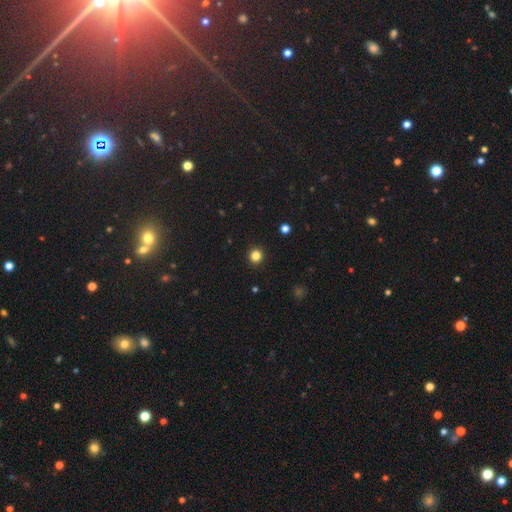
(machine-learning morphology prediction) smooth_or_featured: smooth (p=0.83) [alt: star or artifact p=0.13]
how_rounded: round (p=0.93) [alt: in between p=0.06]
merging: none (p=0.93) [alt: minor disturbance p=0.05]